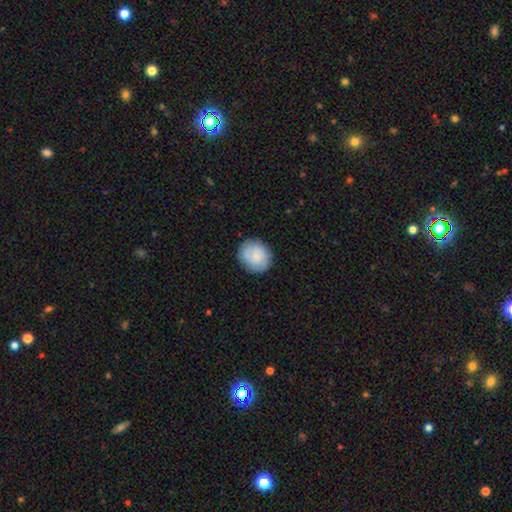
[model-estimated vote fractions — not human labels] Smooth or featured? Predicted: smooth (p=0.77). How rounded? Predicted: round (p=0.67). Merging? Predicted: none (p=0.80).